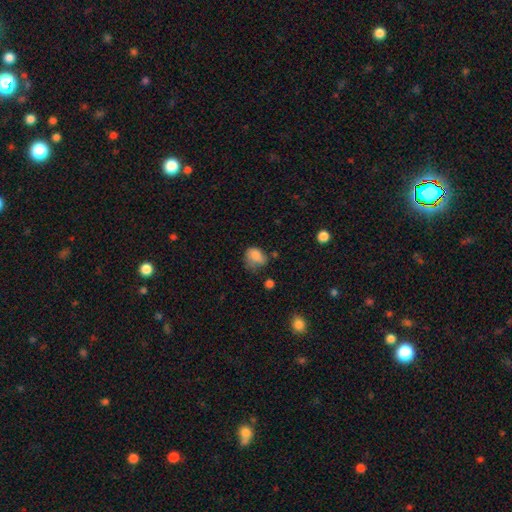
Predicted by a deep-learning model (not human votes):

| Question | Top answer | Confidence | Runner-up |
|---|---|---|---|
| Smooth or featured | smooth | 76% | featured or disk (14%) |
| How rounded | in between | 60% | round (38%) |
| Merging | minor disturbance | 36% | none (33%) |